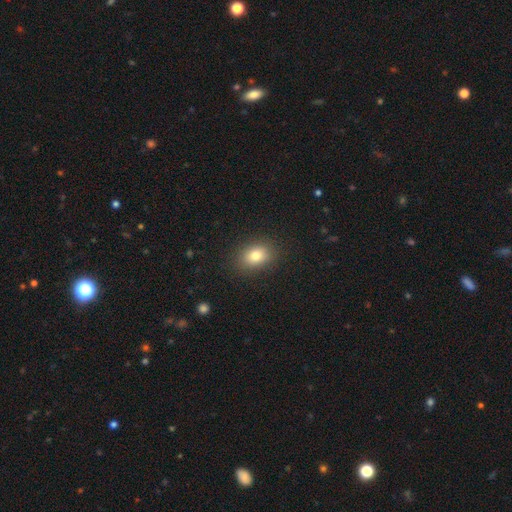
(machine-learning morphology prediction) The model was most divided on "how rounded": in between: 69%, round: 30%, cigar-shaped: 1%. More confident: merging — none (87%); smooth or featured — smooth (80%).